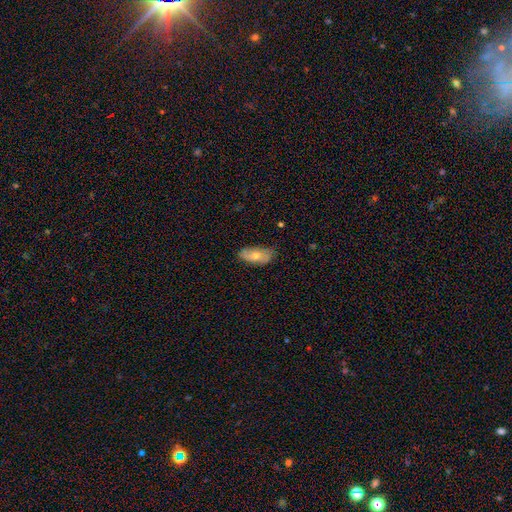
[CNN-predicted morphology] Smooth or featured?
  - smooth: 69% *
  - featured or disk: 25%
  - star or artifact: 7%
How rounded?
  - in between: 90% *
  - cigar-shaped: 7%
  - round: 3%
Merging?
  - none: 70% *
  - minor disturbance: 24%
  - major disturbance: 5%
  - merger: 1%